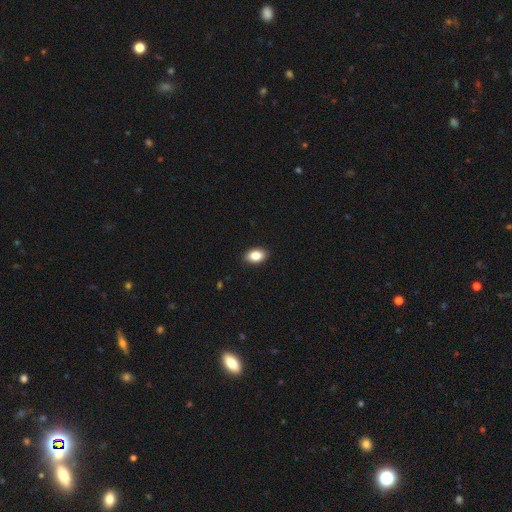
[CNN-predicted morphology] A smooth galaxy with no disk features (86%) that is in between round and cigar-shaped (88%).

Vote fractions:
- Smooth or featured? smooth: 86% / star or artifact: 8% / featured or disk: 6%
- How rounded? in between: 88% / round: 10% / cigar-shaped: 2%
- Merging? none: 90% / minor disturbance: 7% / major disturbance: 2% / merger: 1%